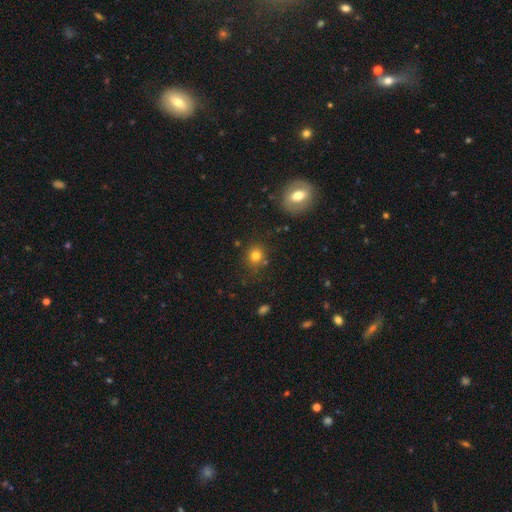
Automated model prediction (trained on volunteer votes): A smooth galaxy with no disk features (78%) that is round (79%).

Vote fractions:
- Smooth or featured? smooth: 78% / star or artifact: 14% / featured or disk: 8%
- How rounded? round: 79% / in between: 20% / cigar-shaped: 1%
- Merging? none: 79% / minor disturbance: 12% / merger: 5% / major disturbance: 4%